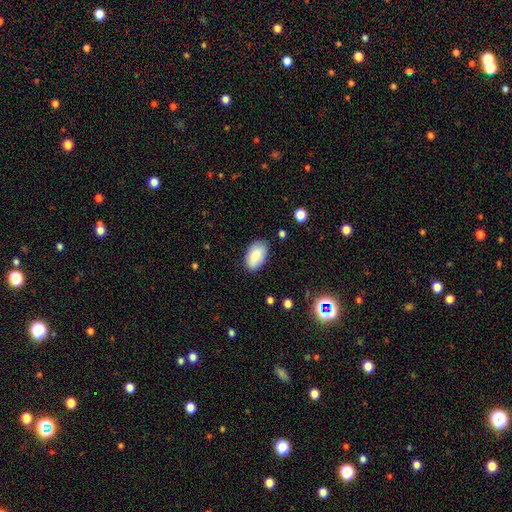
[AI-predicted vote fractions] smooth-or-featured: smooth: 86% | featured or disk: 7% | star or artifact: 7%
  how-rounded: in between: 95% | round: 4% | cigar-shaped: 1%
  merging: none: 82% | minor disturbance: 14% | major disturbance: 3% | merger: 1%